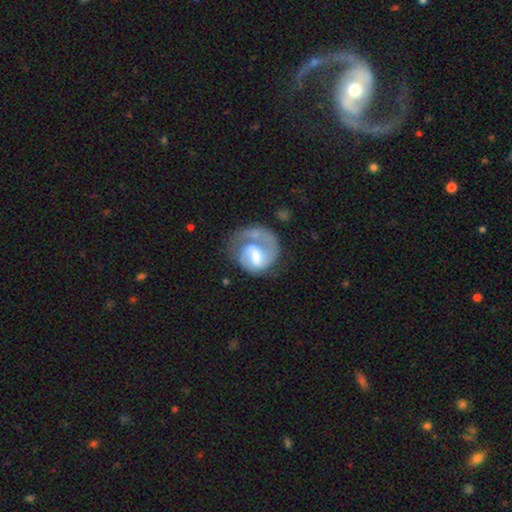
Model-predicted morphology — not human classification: The model was most divided on "spiral winding": medium: 42%, tight: 37%, loose: 22%. Remaining: edge-on disk — no (98%); spiral arms — yes (91%); smooth or featured — featured or disk (76%); spiral arm count — 1 (56%); bar — weak (52%); merging — none (42%); bulge size — moderate (41%).